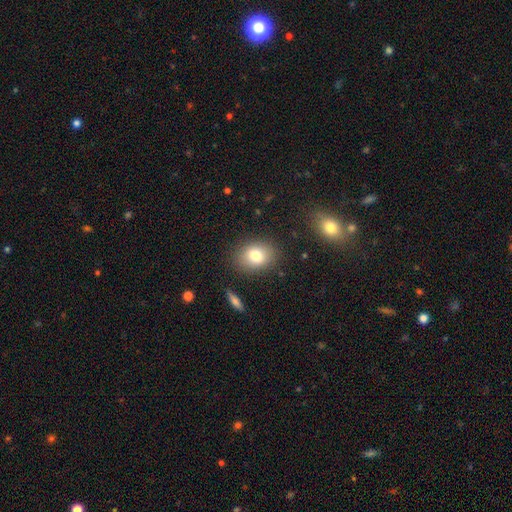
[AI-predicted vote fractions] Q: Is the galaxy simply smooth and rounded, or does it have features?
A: smooth — 78%.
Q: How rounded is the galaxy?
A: in between — 59%.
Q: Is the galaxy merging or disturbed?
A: none — 84%.